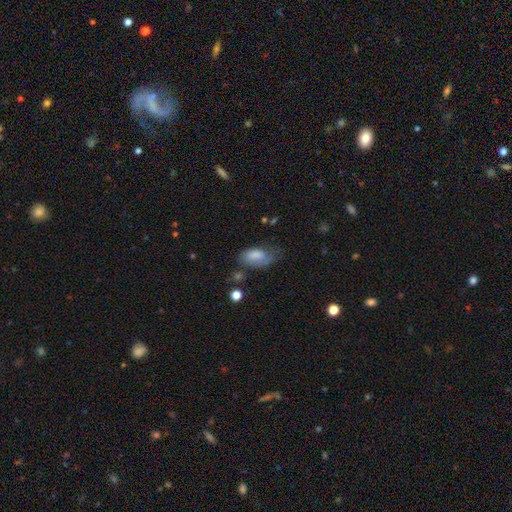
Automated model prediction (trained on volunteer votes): Smooth or featured?
  - smooth: 75% *
  - featured or disk: 18%
  - star or artifact: 8%
How rounded?
  - in between: 92% *
  - cigar-shaped: 4%
  - round: 4%
Merging?
  - none: 42% *
  - minor disturbance: 33%
  - major disturbance: 21%
  - merger: 4%